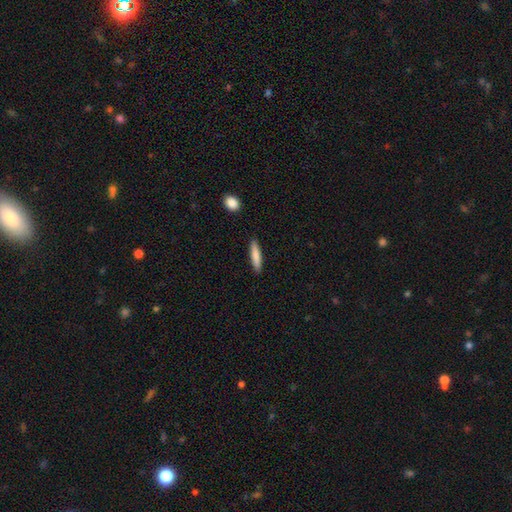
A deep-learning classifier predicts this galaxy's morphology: A smooth galaxy with no disk features (81%) that is cigar-shaped (88%).

Vote fractions:
- Smooth or featured? smooth: 81% / featured or disk: 13% / star or artifact: 6%
- How rounded? cigar-shaped: 88% / in between: 11% / round: 1%
- Merging? none: 89% / minor disturbance: 7% / major disturbance: 2% / merger: 2%